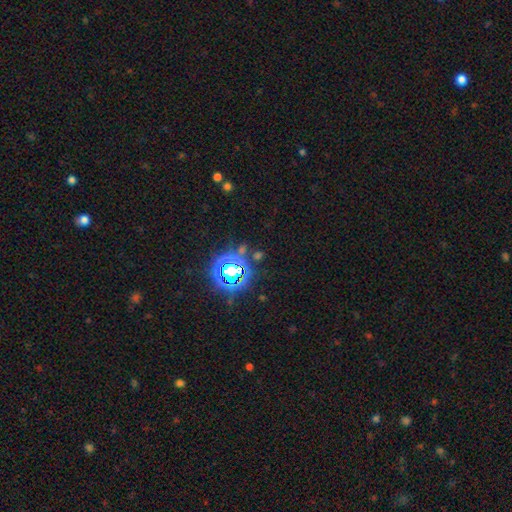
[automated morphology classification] smooth-or-featured: star or artifact: 75% | smooth: 17% | featured or disk: 8%